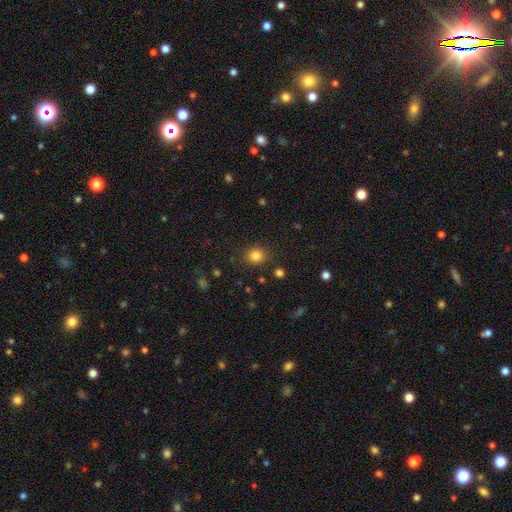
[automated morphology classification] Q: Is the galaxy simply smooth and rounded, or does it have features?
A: smooth — 83%.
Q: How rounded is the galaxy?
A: round — 81%.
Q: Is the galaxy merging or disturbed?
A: none — 85%.